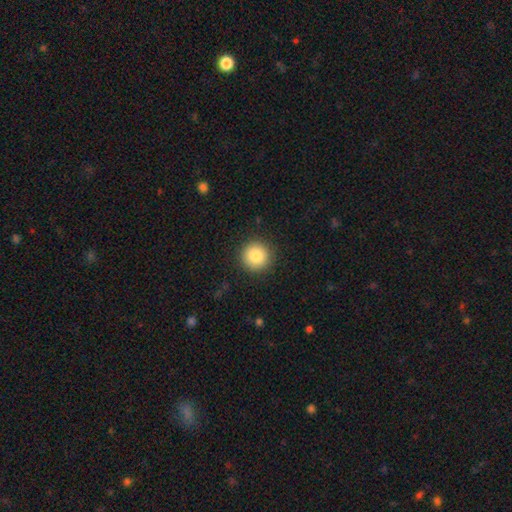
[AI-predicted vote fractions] This is clearly a smooth galaxy (85%). How rounded: clearly round (95%). Merging: clearly none (91%).